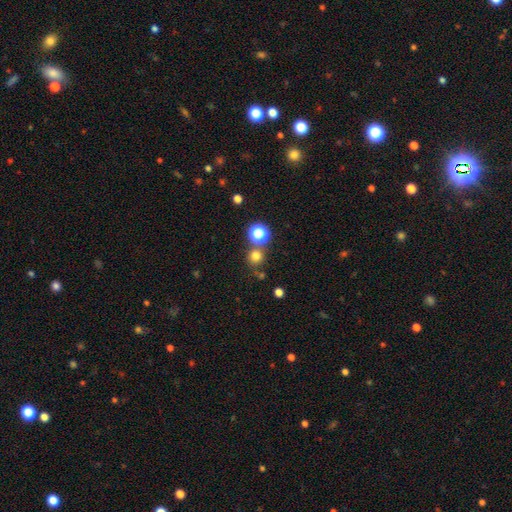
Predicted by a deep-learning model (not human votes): The model was most divided on "smooth or featured": smooth: 74%, star or artifact: 20%, featured or disk: 6%. More confident: how rounded — round (93%); merging — none (74%).